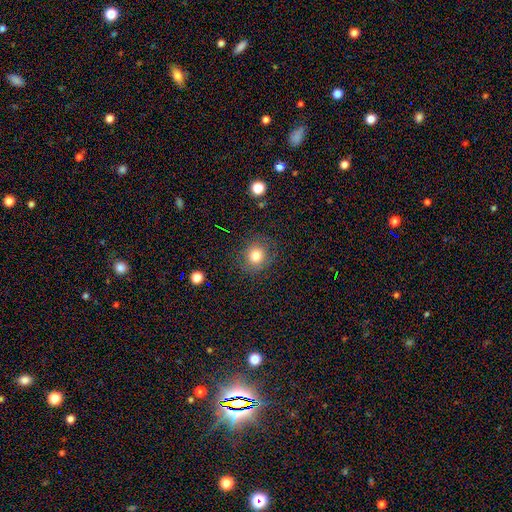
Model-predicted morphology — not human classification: A smooth galaxy with no disk features (79%) that is round (83%). Merging: none (83%).